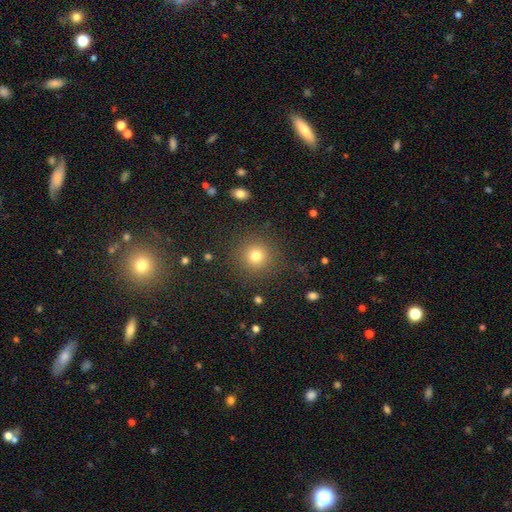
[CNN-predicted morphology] This appears to be a smooth galaxy with no disk features (77%) that is round (93%). Merging: none (88%).